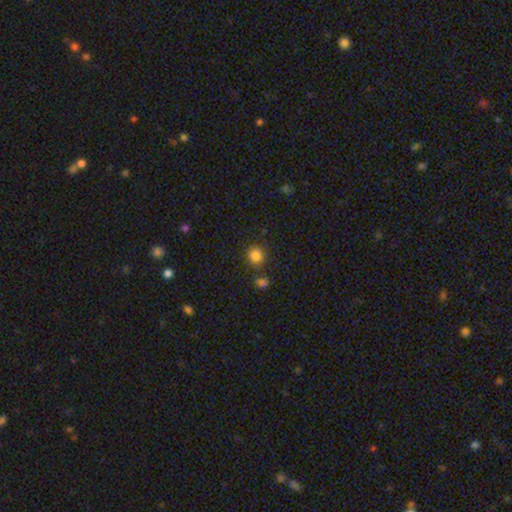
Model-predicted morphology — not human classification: type=smooth (83%); roundness=round (83%); merging=none (77%).